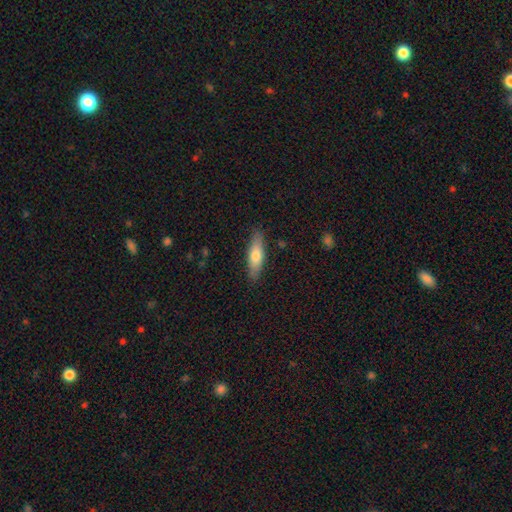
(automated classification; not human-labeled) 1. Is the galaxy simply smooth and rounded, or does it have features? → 69% smooth, 25% featured or disk, 6% star or artifact.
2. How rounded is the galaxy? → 55% cigar-shaped, 43% in between, 2% round.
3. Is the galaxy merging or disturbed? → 86% none, 10% minor disturbance, 2% major disturbance, 1% merger.